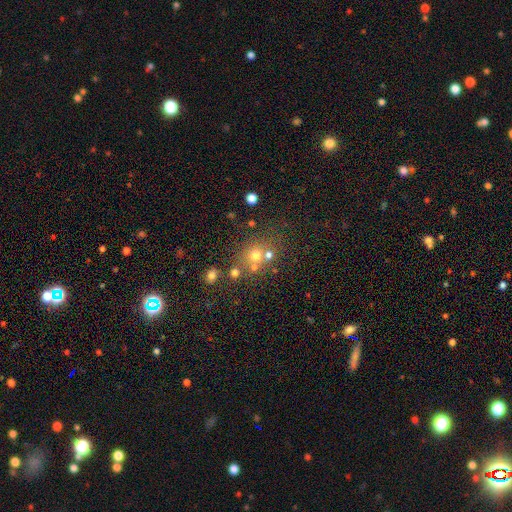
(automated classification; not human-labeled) A smooth galaxy with no disk features (62%) that is round (79%).

Vote fractions:
- Smooth or featured? smooth: 62% / star or artifact: 21% / featured or disk: 16%
- How rounded? round: 79% / in between: 20% / cigar-shaped: 1%
- Merging? none: 58% / merger: 26% / minor disturbance: 11% / major disturbance: 5%